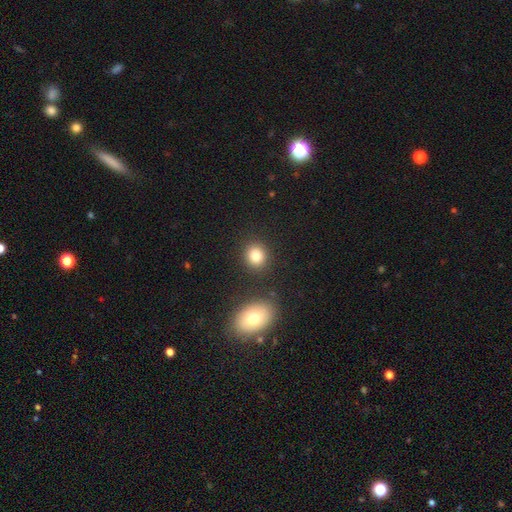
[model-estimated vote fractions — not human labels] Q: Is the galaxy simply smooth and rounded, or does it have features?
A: smooth — 84%.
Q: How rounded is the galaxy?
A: round — 72%.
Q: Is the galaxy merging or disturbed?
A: none — 84%.